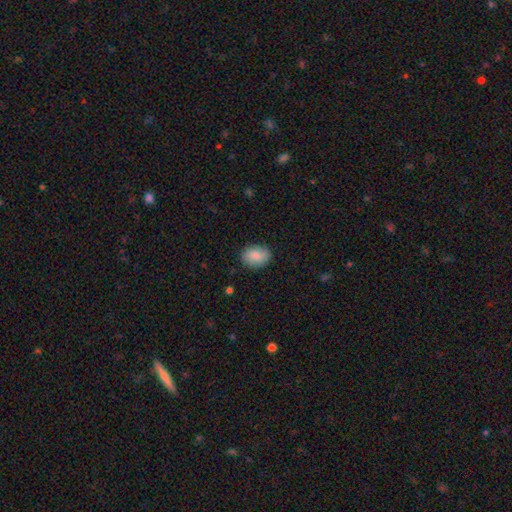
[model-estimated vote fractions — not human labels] smooth_or_featured: smooth (p=0.87) [alt: star or artifact p=0.07]
how_rounded: in between (p=0.70) [alt: round p=0.29]
merging: none (p=0.86) [alt: minor disturbance p=0.11]